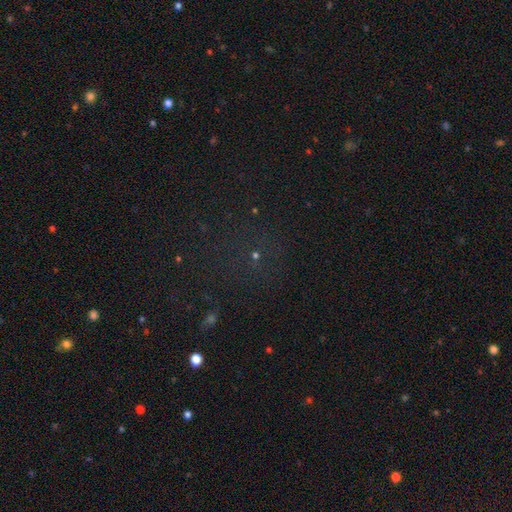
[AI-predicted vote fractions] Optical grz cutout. It shows a star or artifact, not a galaxy (62%).